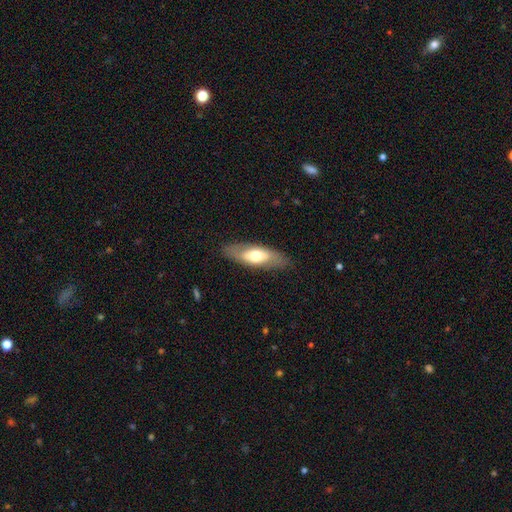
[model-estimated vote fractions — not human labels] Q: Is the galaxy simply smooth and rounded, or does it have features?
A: smooth — 53%.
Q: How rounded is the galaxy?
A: in between — 65%.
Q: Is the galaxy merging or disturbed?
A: none — 82%.